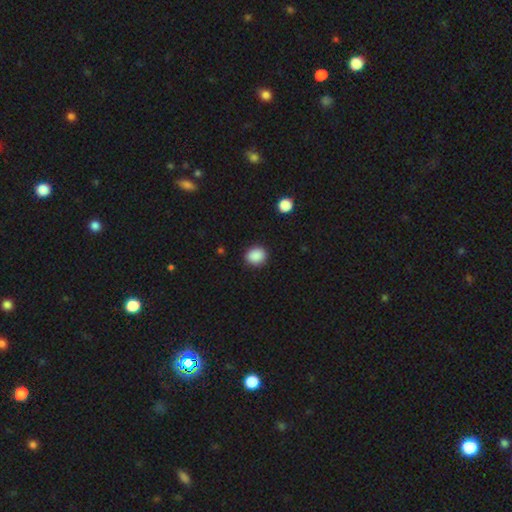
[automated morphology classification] Smooth or featured: smooth — 89% (star or artifact — 9%)
How rounded: round — 69% (in between — 30%)
Merging: none — 89% (minor disturbance — 8%)